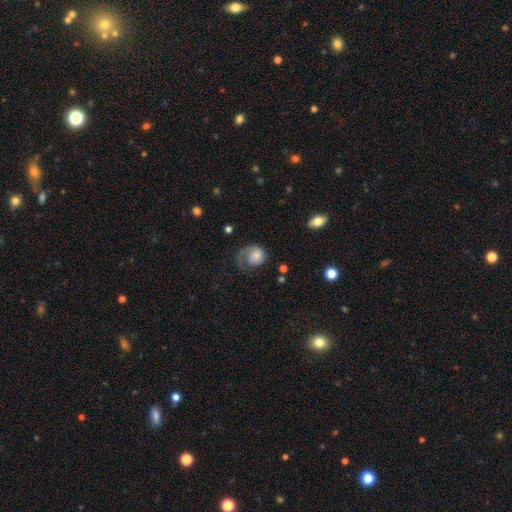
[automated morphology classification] Overall: smooth (47%; featured or disk 45%). Merging: major disturbance (43%; none 34%).